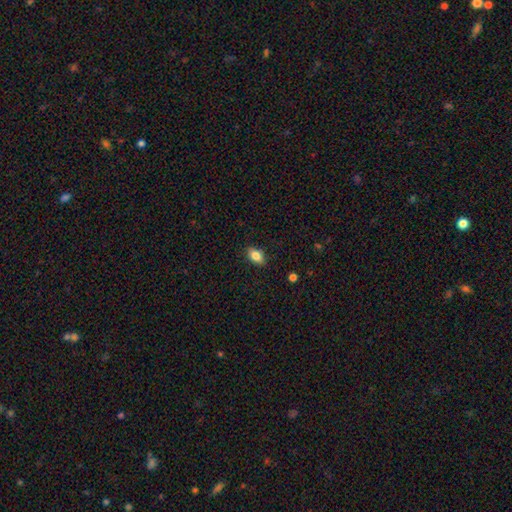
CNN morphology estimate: Smooth or featured? smooth (82%)
How rounded? in between (87%)
Merging? none (87%)